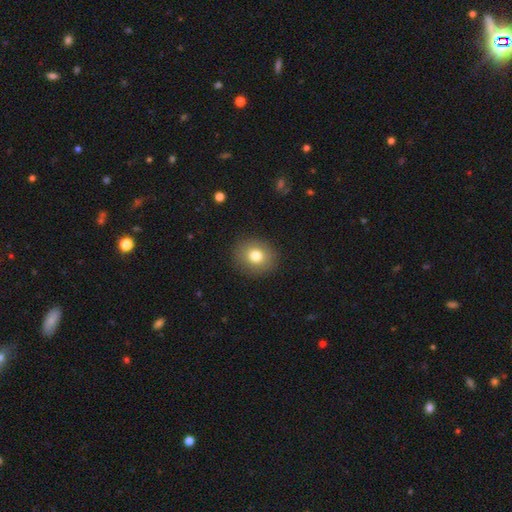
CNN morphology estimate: smooth-or-featured: smooth: 78% | featured or disk: 12% | star or artifact: 10%
  how-rounded: round: 77% | in between: 22% | cigar-shaped: 1%
  merging: none: 89% | minor disturbance: 7% | major disturbance: 3% | merger: 1%